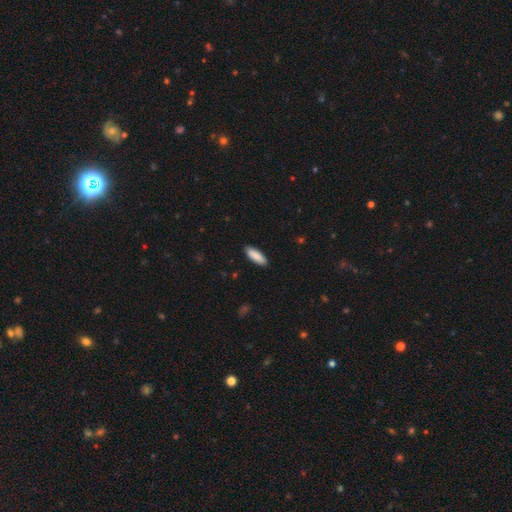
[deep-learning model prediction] Smooth or featured? smooth (90%)
How rounded? in between (59%)
Merging? none (90%)